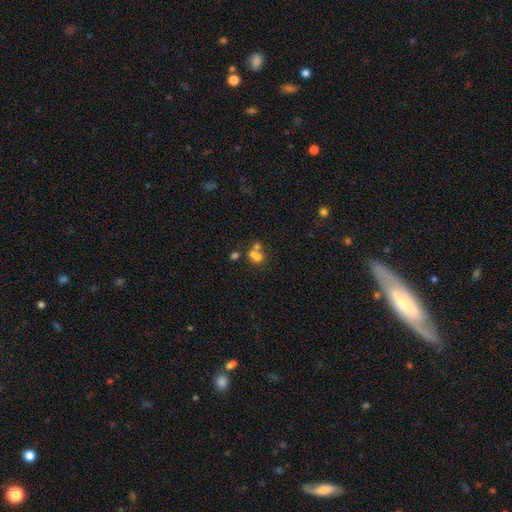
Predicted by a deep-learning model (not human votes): Morphology: type=smooth (63%); roundness=round (57%); merging=merger (57%).